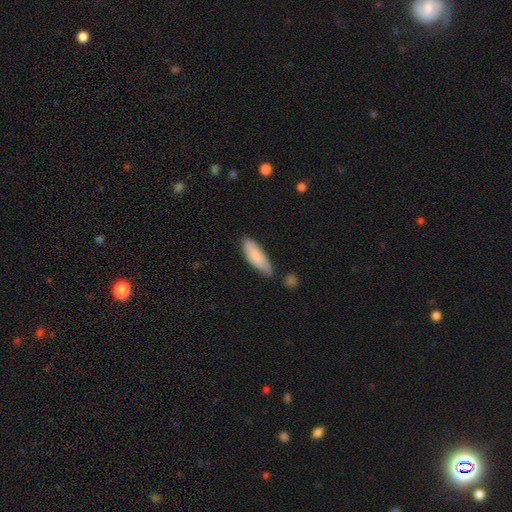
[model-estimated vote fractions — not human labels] Smooth or featured: smooth — 82% (featured or disk — 13%)
How rounded: in between — 56% (cigar-shaped — 42%)
Merging: none — 68% (minor disturbance — 24%)